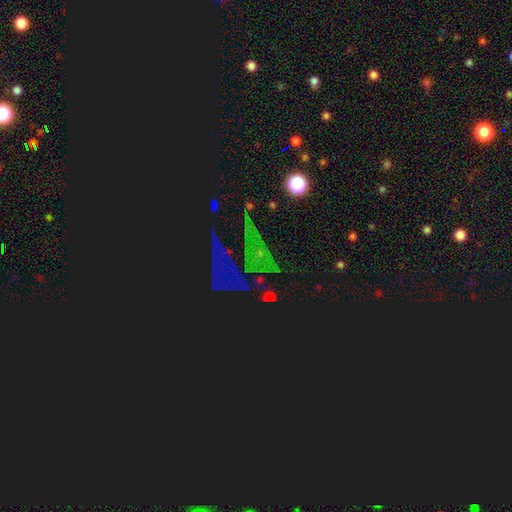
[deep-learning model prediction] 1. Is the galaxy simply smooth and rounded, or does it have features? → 62% star or artifact, 23% featured or disk, 15% smooth.